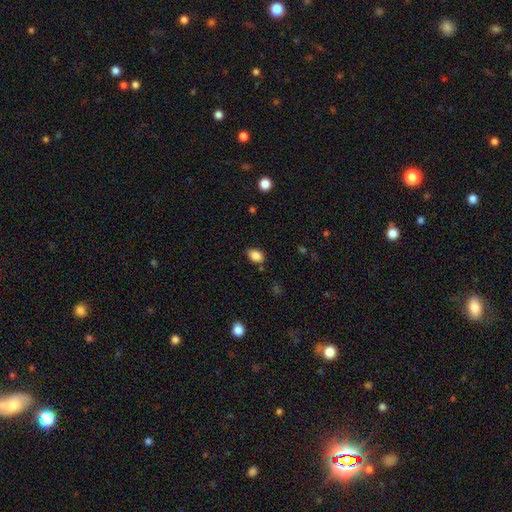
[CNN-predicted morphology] smooth_or_featured: smooth (p=0.86) [alt: star or artifact p=0.09]
how_rounded: in between (p=0.74) [alt: round p=0.25]
merging: none (p=0.80) [alt: minor disturbance p=0.15]